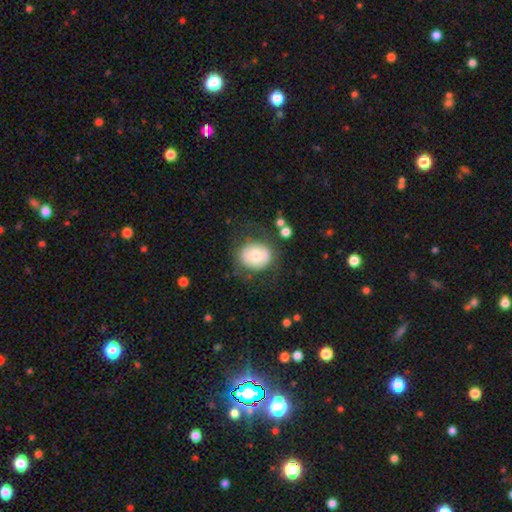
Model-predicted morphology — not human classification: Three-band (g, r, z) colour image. It shows a smooth galaxy with no disk features (64%) that is round (74%). Merging: none (72%).